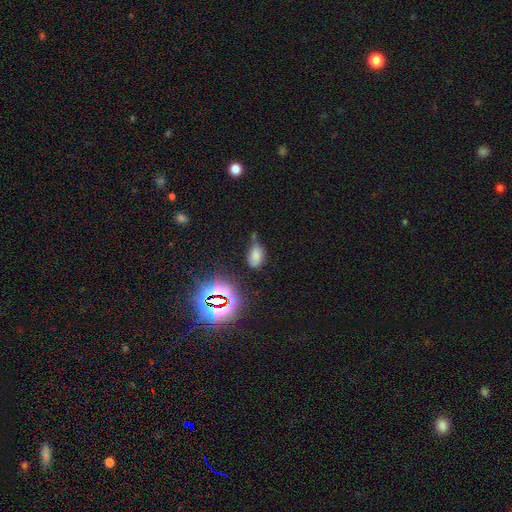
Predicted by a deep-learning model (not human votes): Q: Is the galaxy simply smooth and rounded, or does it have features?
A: smooth — 64%.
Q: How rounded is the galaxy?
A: in between — 87%.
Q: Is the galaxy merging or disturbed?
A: none — 42%.